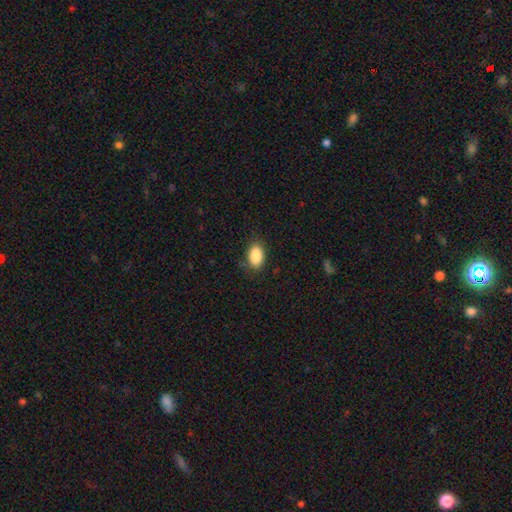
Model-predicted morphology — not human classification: Smooth or featured?
  - smooth: 88% *
  - star or artifact: 7%
  - featured or disk: 4%
How rounded?
  - in between: 89% *
  - round: 9%
  - cigar-shaped: 1%
Merging?
  - none: 83% *
  - minor disturbance: 13%
  - major disturbance: 3%
  - merger: 1%